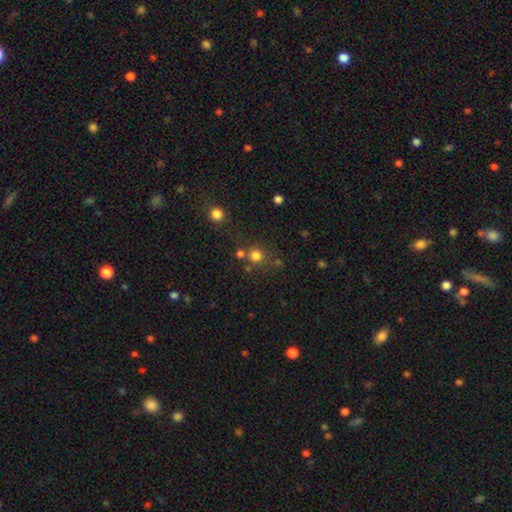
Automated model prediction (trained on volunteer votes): Smooth or featured? Predicted: smooth (p=0.78). How rounded? Predicted: round (p=0.91). Merging? Predicted: none (p=0.68).